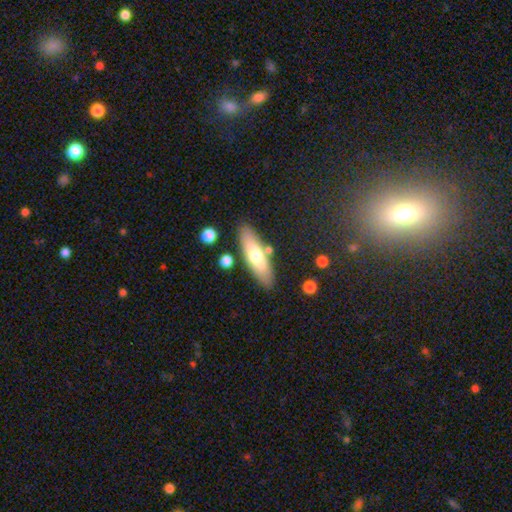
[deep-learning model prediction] The model was most divided on "how rounded": cigar-shaped: 53%, in between: 45%, round: 2%. More confident: merging — none (82%); smooth or featured — smooth (62%).